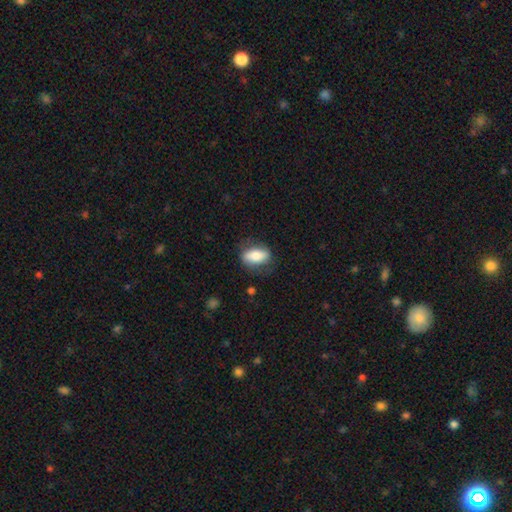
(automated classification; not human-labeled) Smooth or featured? Predicted: smooth (p=0.69). How rounded? Predicted: in between (p=0.83). Merging? Predicted: none (p=0.75).